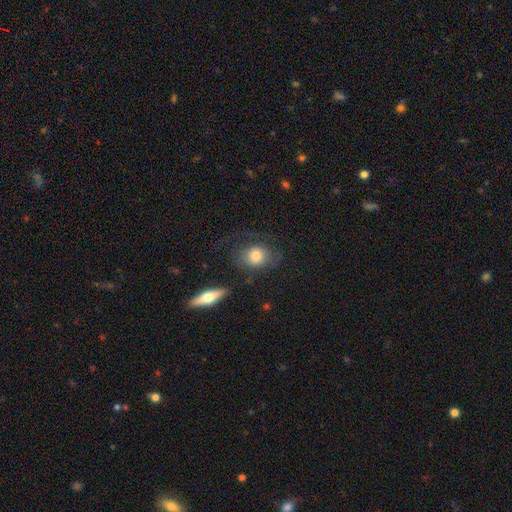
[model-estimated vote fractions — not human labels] Q: Smooth or featured?
A: smooth (75%); runner-up: featured or disk (17%)
Q: How rounded?
A: round (51%); runner-up: in between (47%)
Q: Merging?
A: none (62%); runner-up: minor disturbance (20%)